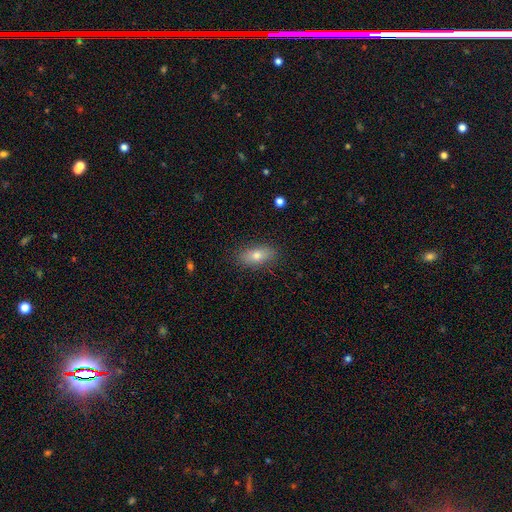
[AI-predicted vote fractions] A smooth galaxy with no disk features (73%) that is in between round and cigar-shaped (81%).

Vote fractions:
- Smooth or featured? smooth: 73% / featured or disk: 17% / star or artifact: 9%
- How rounded? in between: 81% / cigar-shaped: 13% / round: 6%
- Merging? none: 87% / minor disturbance: 10% / major disturbance: 2% / merger: 1%